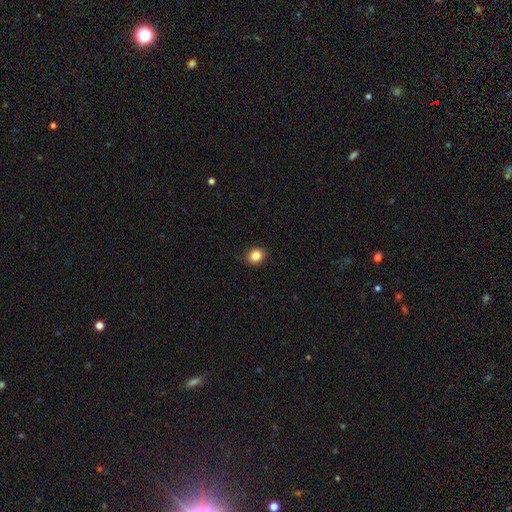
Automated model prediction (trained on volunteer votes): This is clearly a smooth galaxy (85%). How rounded: clearly round (83%). Merging: clearly none (91%).